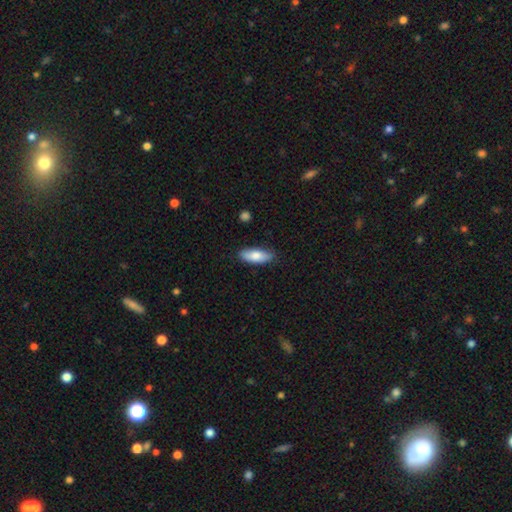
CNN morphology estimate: This is likely a smooth galaxy (76%). How rounded: likely in between (72%). Merging: clearly none (83%).